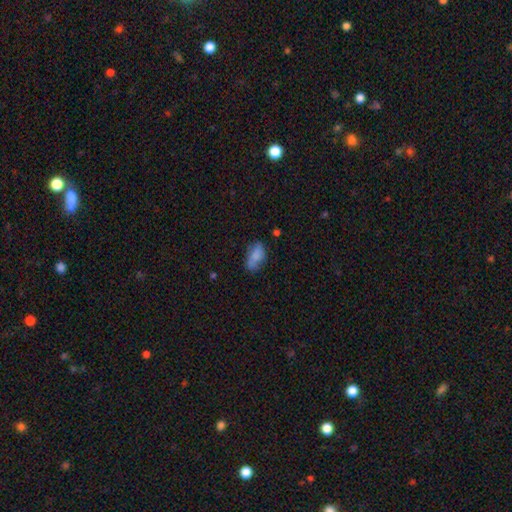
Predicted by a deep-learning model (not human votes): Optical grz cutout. It shows a smooth galaxy with no disk features (75%) that is in between round and cigar-shaped (89%). Merging: none (60%).